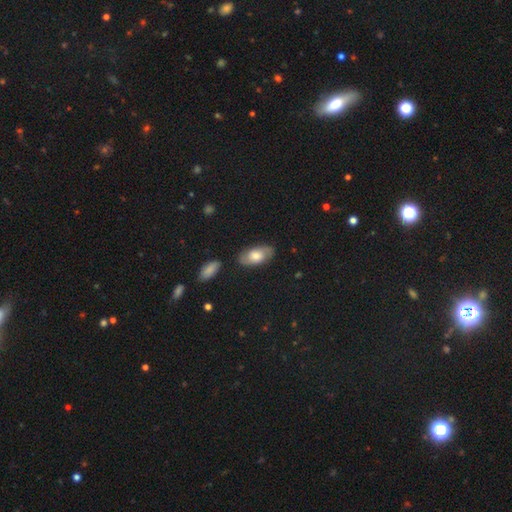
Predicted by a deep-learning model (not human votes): smooth 49%, featured or disk 43%, star or artifact 7%. Down the decision tree: merging — none (78%).